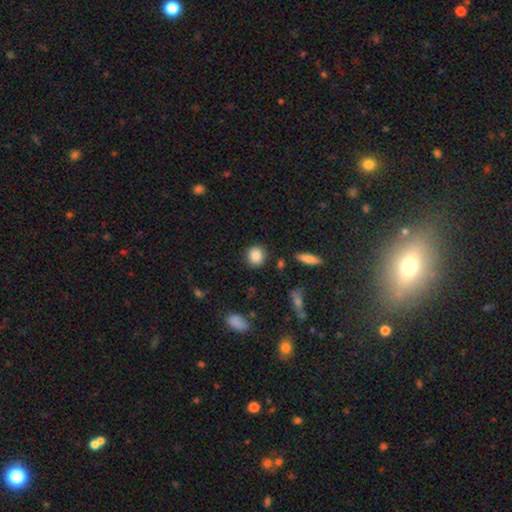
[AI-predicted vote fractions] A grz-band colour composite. It shows a smooth galaxy with no disk features (87%) that is round (79%). Merging: none (85%).